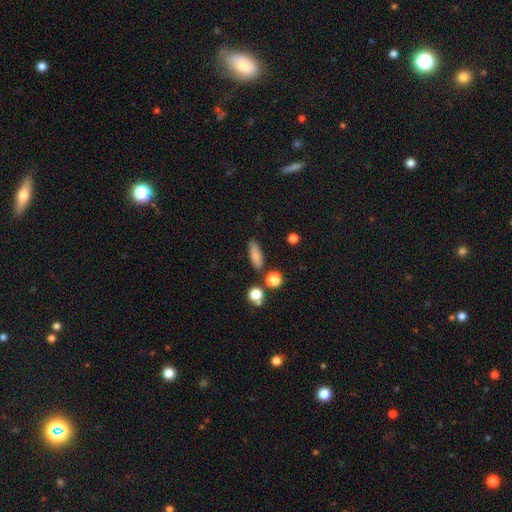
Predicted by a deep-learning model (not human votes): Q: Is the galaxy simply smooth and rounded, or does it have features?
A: smooth — 82%.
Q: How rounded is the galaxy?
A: in between — 58%.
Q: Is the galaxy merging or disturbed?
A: none — 78%.